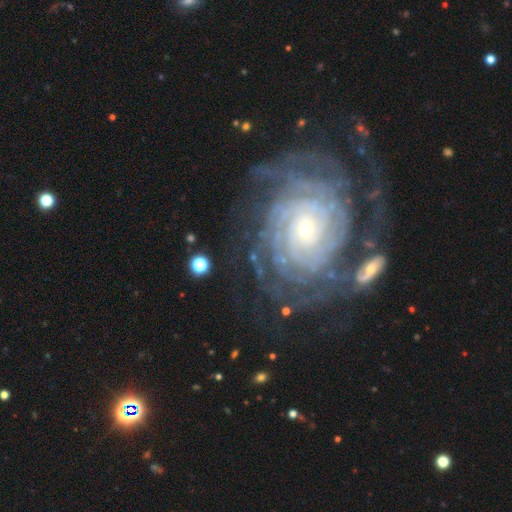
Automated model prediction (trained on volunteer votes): A featured or disk galaxy (88%) with no bar (74%), tight (85%) spiral arms (97%) and a small central bulge (77%).

Vote fractions:
- Smooth or featured? featured or disk: 88% / star or artifact: 6% / smooth: 6%
- Edge-on disk? no: 97% / yes: 3%
- Bar? no: 74% / weak: 18% / strong: 8%
- Spiral arms? yes: 97% / no: 3%
- Spiral winding? tight: 85% / medium: 12% / loose: 3%
- Spiral arm count? can't tell: 29% / more than 4: 25% / 4: 18% / 3: 11% / 2: 10% / 1: 7%
- Bulge size? small: 77% / moderate: 18% / large: 2% / none: 2% / dominant: 1%
- Merging? none: 66% / minor disturbance: 16% / major disturbance: 11% / merger: 7%